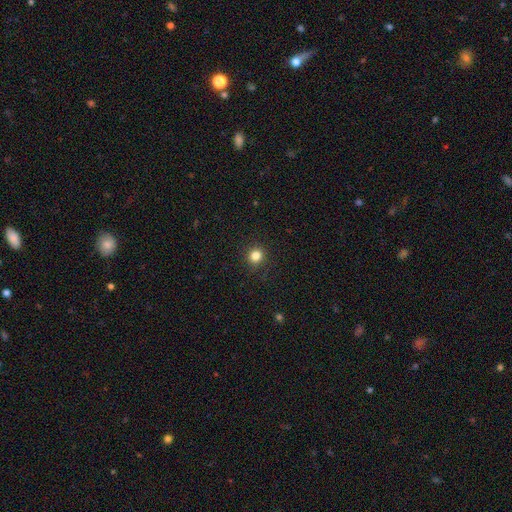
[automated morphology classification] A smooth galaxy with no disk features (82%) that is round (92%). Merging: none (91%).